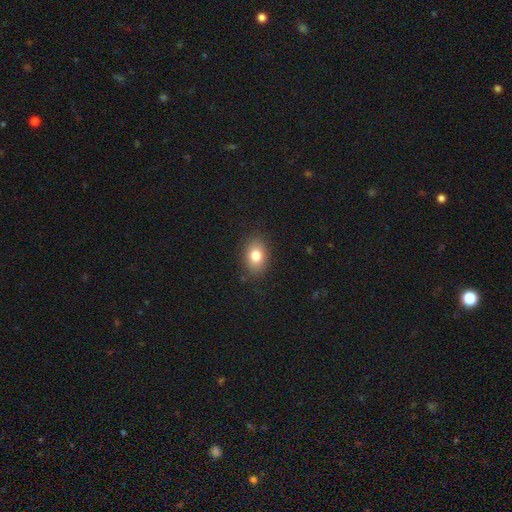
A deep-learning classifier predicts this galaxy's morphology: This is clearly a smooth galaxy (80%). How rounded: likely in between (77%). Merging: clearly none (86%).